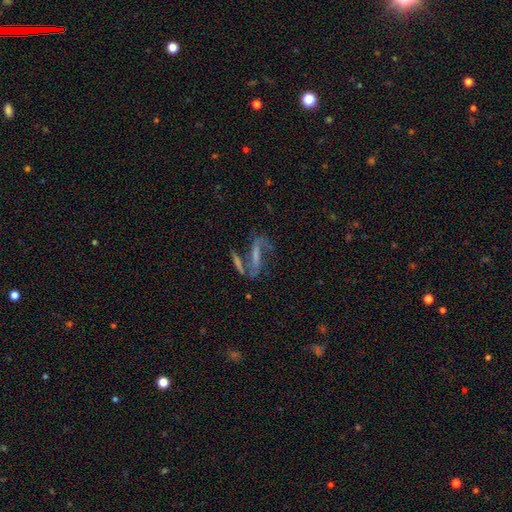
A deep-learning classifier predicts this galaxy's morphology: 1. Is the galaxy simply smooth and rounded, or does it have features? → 71% featured or disk, 18% smooth, 12% star or artifact.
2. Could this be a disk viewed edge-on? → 83% no, 17% yes.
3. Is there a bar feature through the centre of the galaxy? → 48% strong, 28% weak, 24% no.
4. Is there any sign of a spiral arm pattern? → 82% yes, 18% no.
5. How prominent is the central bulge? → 44% none, 32% small, 18% moderate, 5% large, 2% dominant.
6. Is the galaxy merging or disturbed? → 46% none, 19% merger, 19% major disturbance, 16% minor disturbance.